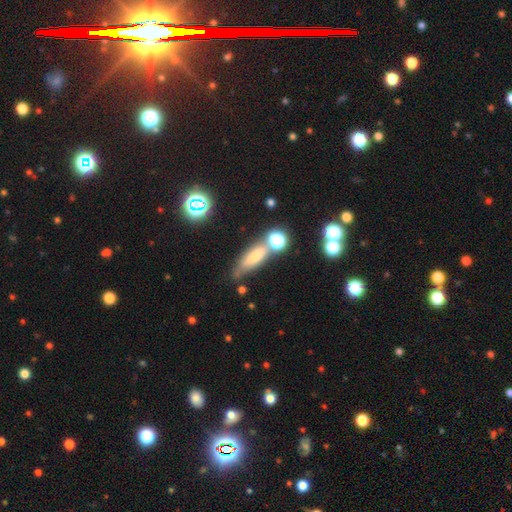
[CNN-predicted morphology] This appears to be a smooth galaxy with no disk features (65%) that is in between round and cigar-shaped (48%). Merging: none (52%).